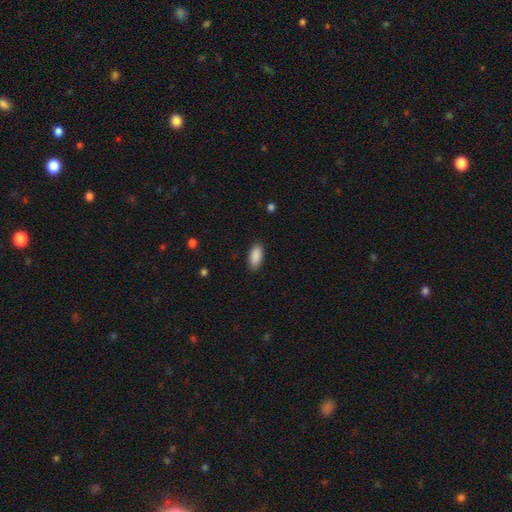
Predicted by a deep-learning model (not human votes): smooth-or-featured: smooth: 90% | star or artifact: 6% | featured or disk: 3%
  how-rounded: in between: 91% | cigar-shaped: 7% | round: 2%
  merging: none: 88% | minor disturbance: 9% | major disturbance: 2% | merger: 1%